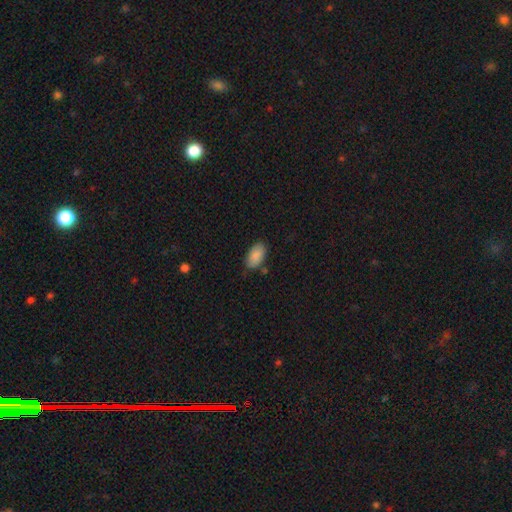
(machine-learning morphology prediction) Smooth or featured?
  - smooth: 88% *
  - star or artifact: 6%
  - featured or disk: 6%
How rounded?
  - in between: 95% *
  - round: 3%
  - cigar-shaped: 2%
Merging?
  - none: 78% *
  - minor disturbance: 15%
  - merger: 3%
  - major disturbance: 3%